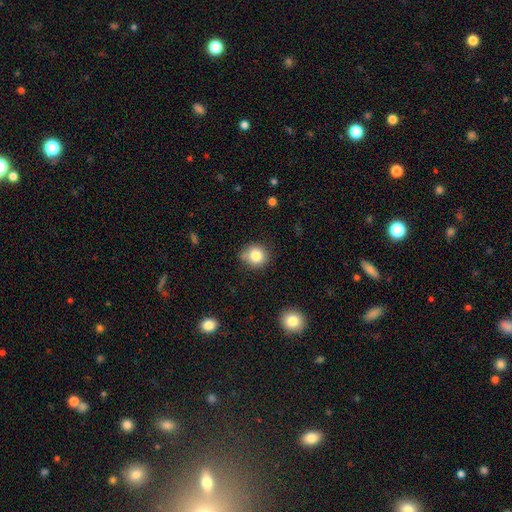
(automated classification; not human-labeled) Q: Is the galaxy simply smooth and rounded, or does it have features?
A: smooth — 82%.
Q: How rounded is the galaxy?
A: round — 86%.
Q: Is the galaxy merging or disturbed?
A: none — 77%.